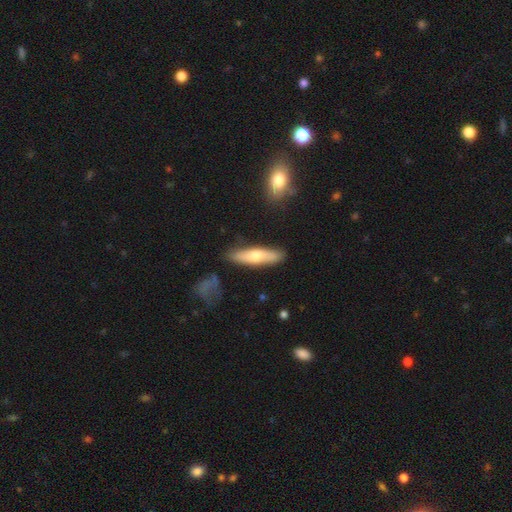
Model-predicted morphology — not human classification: smooth-or-featured: smooth: 60% | featured or disk: 35% | star or artifact: 5%
  how-rounded: cigar-shaped: 76% | in between: 22% | round: 2%
  merging: none: 83% | minor disturbance: 12% | merger: 3% | major disturbance: 2%